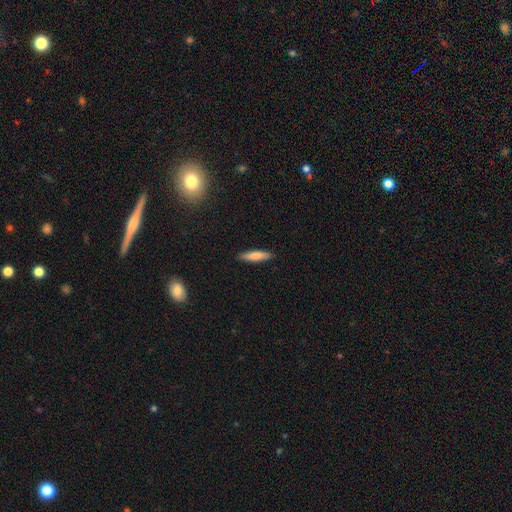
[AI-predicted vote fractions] smooth-or-featured: smooth: 75% | featured or disk: 19% | star or artifact: 6%
  how-rounded: cigar-shaped: 80% | in between: 19% | round: 2%
  merging: none: 89% | minor disturbance: 8% | major disturbance: 2% | merger: 1%